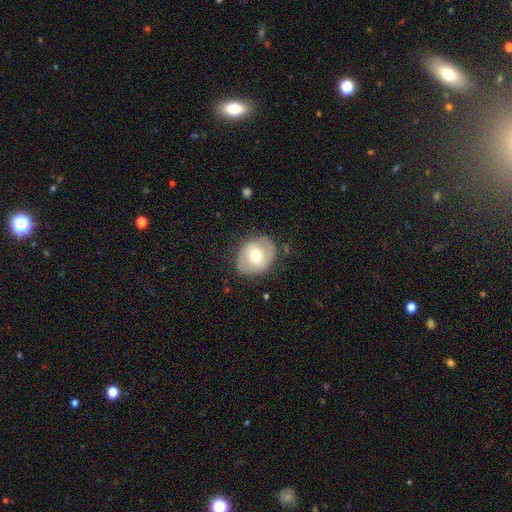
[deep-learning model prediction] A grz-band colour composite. It shows a featured or disk galaxy (47%, tied with smooth). Merging: none (80%).